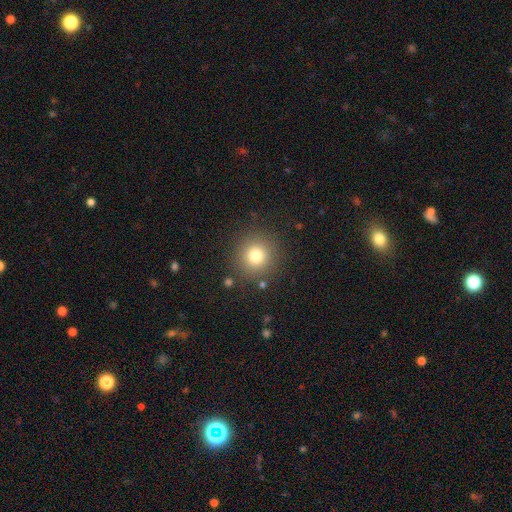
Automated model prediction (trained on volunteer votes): A smooth galaxy with no disk features (78%) that is round (94%).

Vote fractions:
- Smooth or featured? smooth: 78% / star or artifact: 14% / featured or disk: 9%
- How rounded? round: 94% / in between: 6% / cigar-shaped: 1%
- Merging? none: 87% / minor disturbance: 7% / major disturbance: 3% / merger: 2%